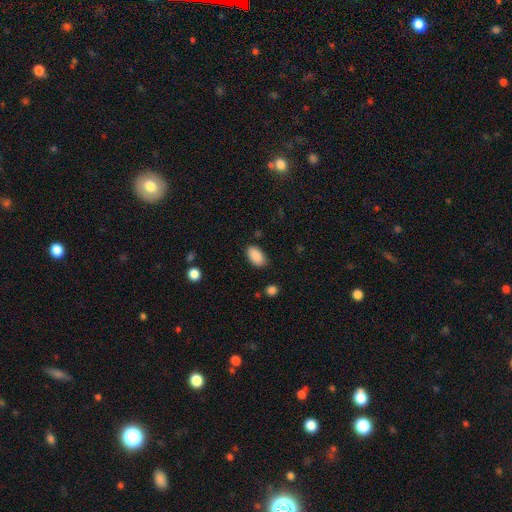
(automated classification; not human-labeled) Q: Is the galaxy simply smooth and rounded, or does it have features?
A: smooth — 89%.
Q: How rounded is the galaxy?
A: in between — 94%.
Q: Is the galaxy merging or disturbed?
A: none — 84%.